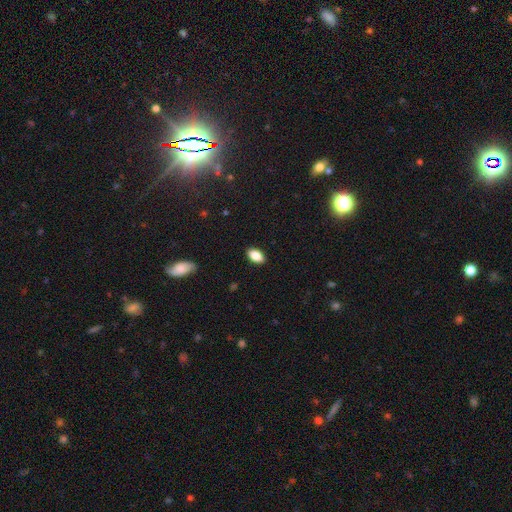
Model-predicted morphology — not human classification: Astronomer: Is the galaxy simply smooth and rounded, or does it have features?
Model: smooth — 86%.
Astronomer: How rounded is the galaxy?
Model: in between — 91%.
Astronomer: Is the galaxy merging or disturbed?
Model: none — 89%.